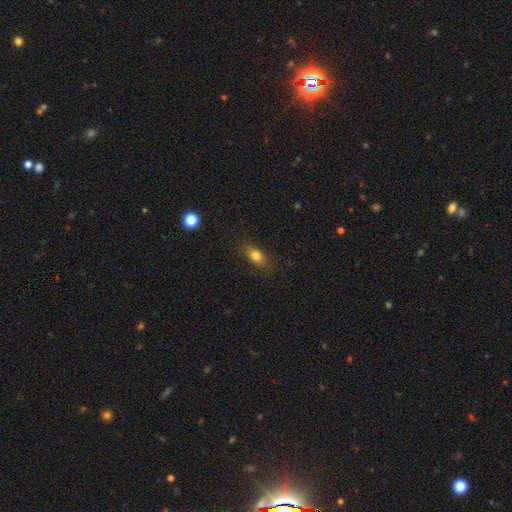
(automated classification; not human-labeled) A smooth galaxy with no disk features (80%) that is in between round and cigar-shaped (73%).

Vote fractions:
- Smooth or featured? smooth: 80% / star or artifact: 11% / featured or disk: 9%
- How rounded? in between: 73% / round: 20% / cigar-shaped: 6%
- Merging? none: 82% / minor disturbance: 13% / major disturbance: 4% / merger: 1%